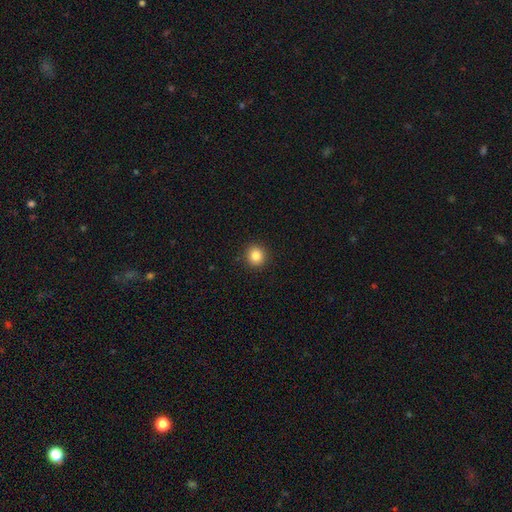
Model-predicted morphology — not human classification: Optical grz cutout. It shows a smooth galaxy with no disk features (85%) that is round (91%). Merging: none (92%).